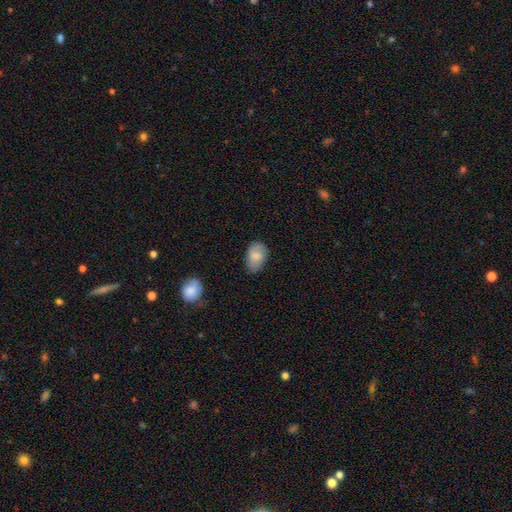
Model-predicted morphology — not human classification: Overall: smooth (81%). How rounded: in between (88%). Merging: none (72%).